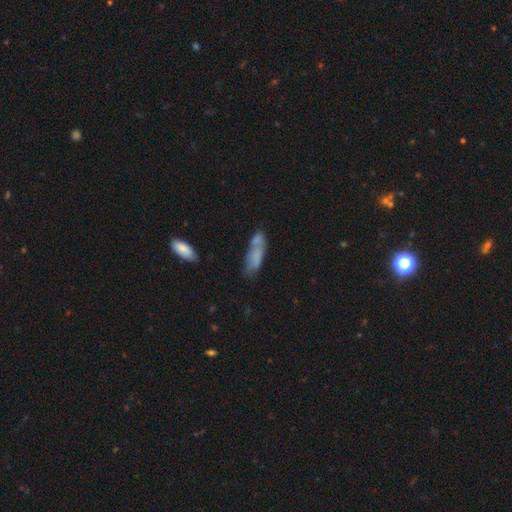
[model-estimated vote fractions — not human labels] smooth_or_featured: smooth (p=0.70) [alt: featured or disk p=0.22]
how_rounded: in between (p=0.53) [alt: cigar-shaped p=0.45]
merging: none (p=0.49) [alt: minor disturbance p=0.23]